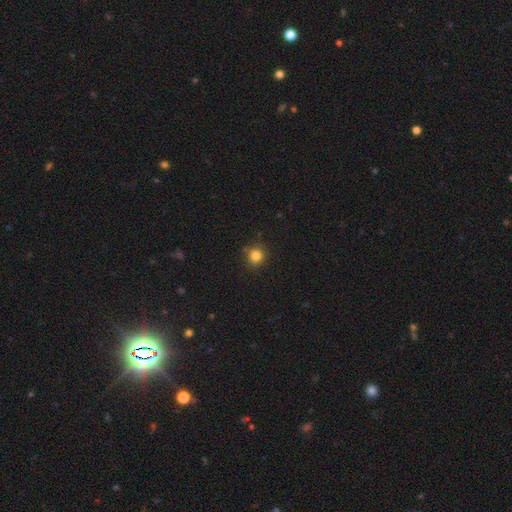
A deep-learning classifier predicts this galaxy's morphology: Q: Smooth or featured?
A: smooth (83%); runner-up: star or artifact (12%)
Q: How rounded?
A: round (88%); runner-up: in between (11%)
Q: Merging?
A: none (84%); runner-up: minor disturbance (11%)